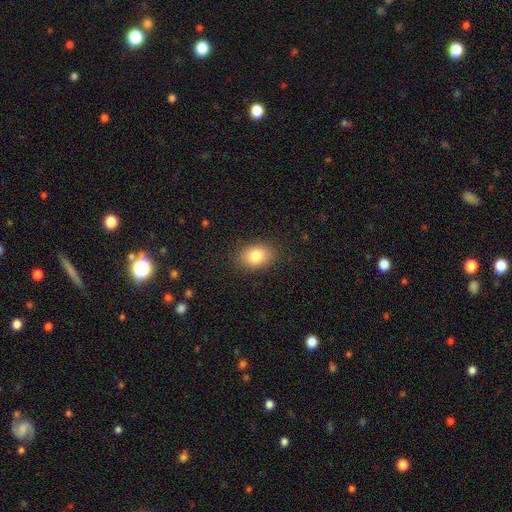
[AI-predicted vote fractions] Morphology: type=smooth (82%); roundness=in between (73%); merging=none (87%).